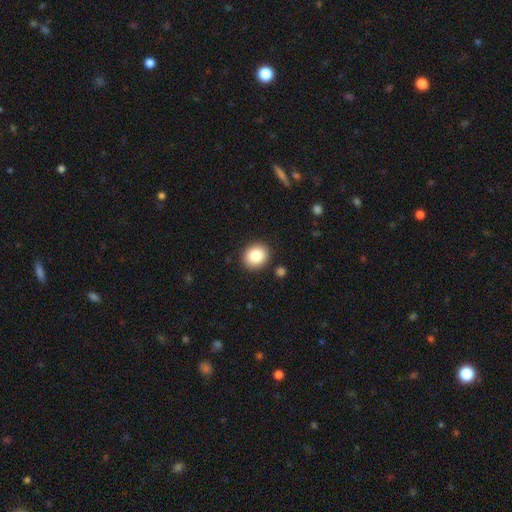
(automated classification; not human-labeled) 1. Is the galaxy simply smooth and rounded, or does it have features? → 84% smooth, 9% star or artifact, 7% featured or disk.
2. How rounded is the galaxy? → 76% round, 23% in between, 1% cigar-shaped.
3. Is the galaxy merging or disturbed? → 90% none, 6% minor disturbance, 2% major disturbance, 2% merger.